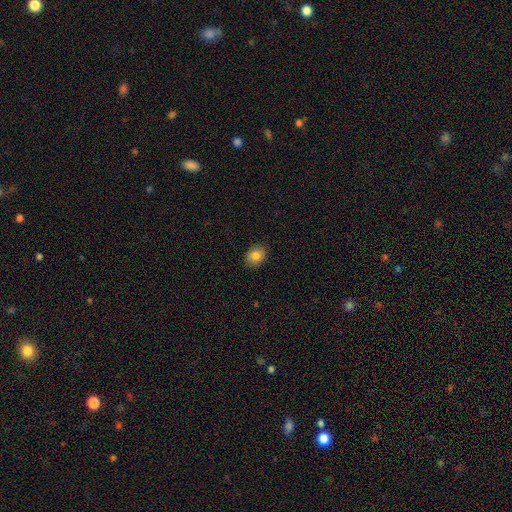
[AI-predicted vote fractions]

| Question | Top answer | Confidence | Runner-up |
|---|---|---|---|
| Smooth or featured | smooth | 83% | star or artifact (9%) |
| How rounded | in between | 58% | round (41%) |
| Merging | none | 88% | minor disturbance (9%) |